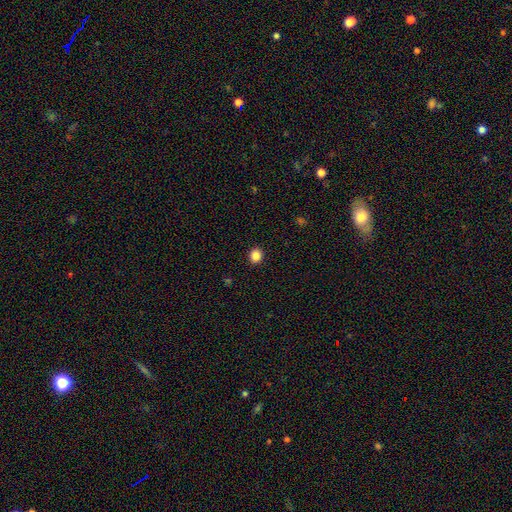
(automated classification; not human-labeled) Overall: smooth (85%). How rounded: round (80%). Merging: none (92%).